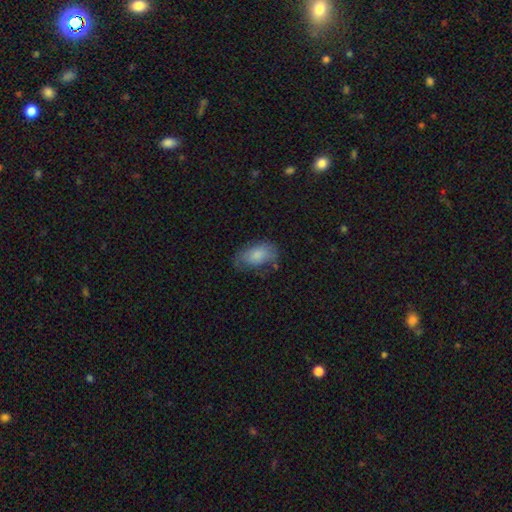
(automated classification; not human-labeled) This is likely a smooth galaxy (74%). How rounded: clearly in between (91%). Merging: likely none (62%).